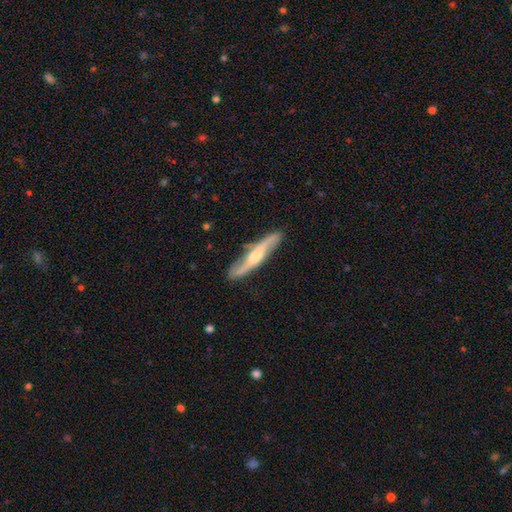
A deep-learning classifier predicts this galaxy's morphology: featured or disk 74%, smooth 21%, star or artifact 5%. Down the decision tree: edge-on disk — yes (58%); merging — none (82%).